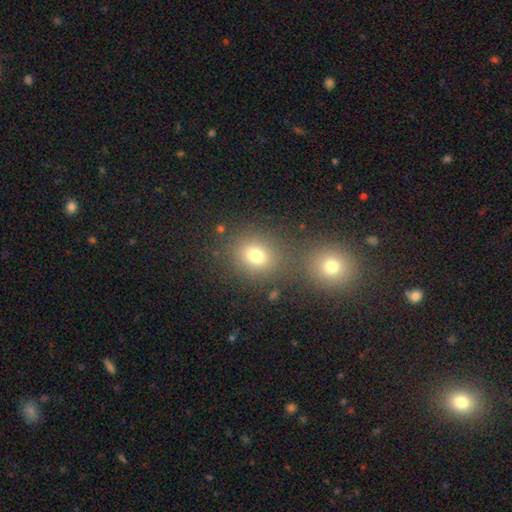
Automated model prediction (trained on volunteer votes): smooth-or-featured: smooth: 73% | star or artifact: 17% | featured or disk: 10%
  how-rounded: round: 68% | in between: 31% | cigar-shaped: 1%
  merging: none: 67% | merger: 19% | minor disturbance: 10% | major disturbance: 4%